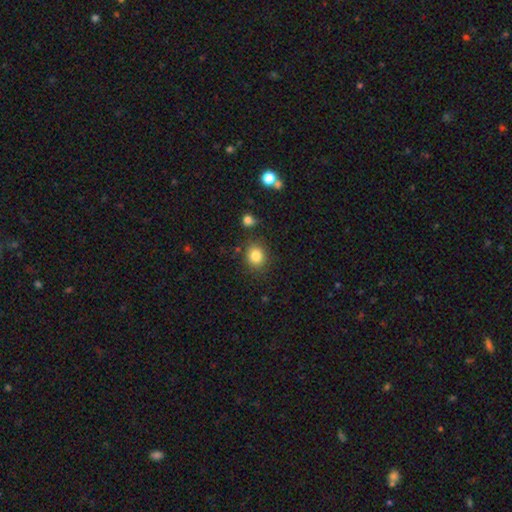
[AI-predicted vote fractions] smooth-or-featured: smooth: 83% | star or artifact: 11% | featured or disk: 6%
  how-rounded: round: 72% | in between: 27% | cigar-shaped: 1%
  merging: none: 82% | minor disturbance: 11% | merger: 4% | major disturbance: 3%